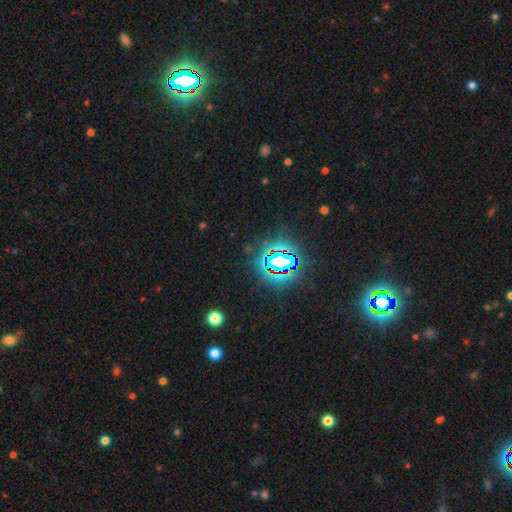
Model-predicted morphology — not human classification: The model was most divided on "smooth or featured": star or artifact: 84%, smooth: 9%, featured or disk: 6%.